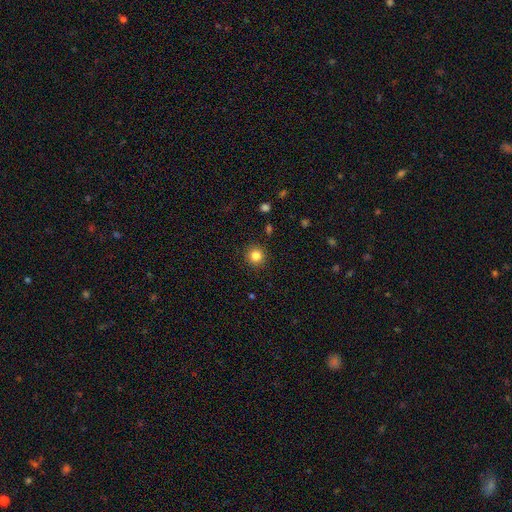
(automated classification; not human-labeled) Morphology: type=smooth (83%); roundness=round (95%); merging=none (91%).